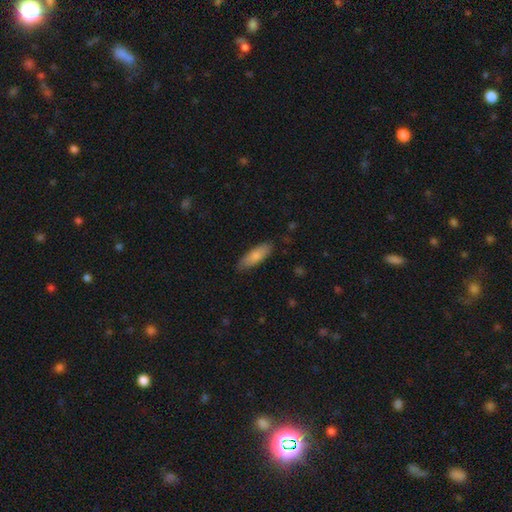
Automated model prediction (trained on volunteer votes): smooth_or_featured: smooth (p=0.79) [alt: featured or disk p=0.15]
how_rounded: in between (p=0.62) [alt: cigar-shaped p=0.37]
merging: none (p=0.84) [alt: minor disturbance p=0.13]